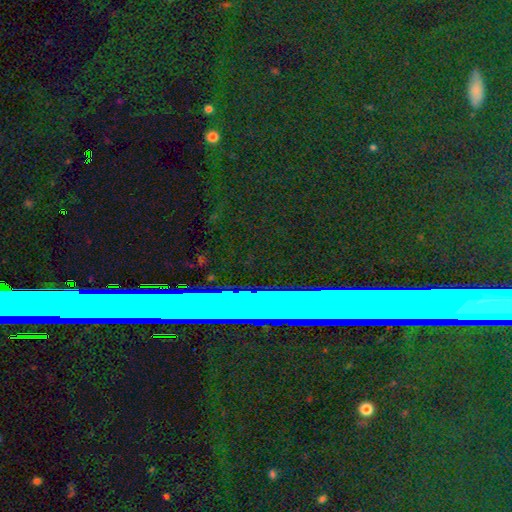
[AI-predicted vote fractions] smooth-or-featured: star or artifact: 80% | smooth: 11% | featured or disk: 9%